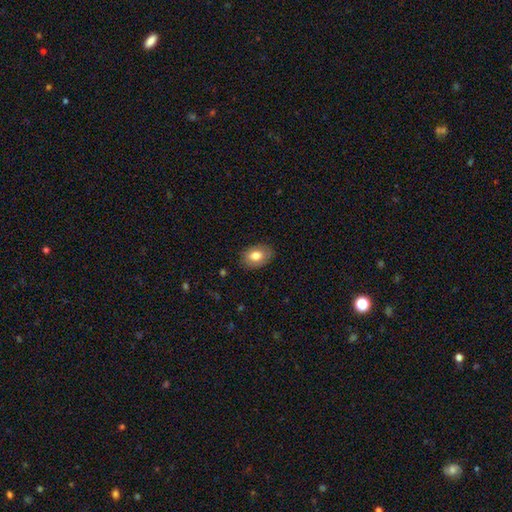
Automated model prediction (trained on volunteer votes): This appears to be a smooth galaxy with no disk features (80%) that is in between round and cigar-shaped (80%). Merging: none (84%).